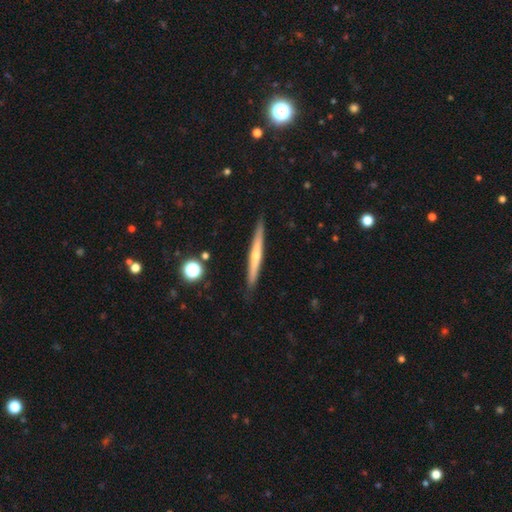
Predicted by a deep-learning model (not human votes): Morphology: type=featured or disk (65%); edge-on=yes (97%); edge-on bulge=rounded (70%); merging=none (90%).